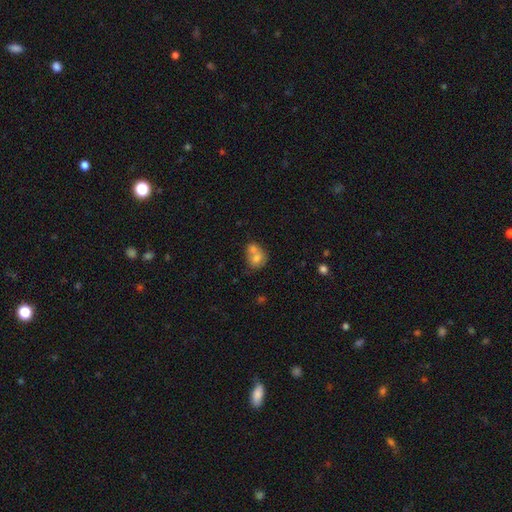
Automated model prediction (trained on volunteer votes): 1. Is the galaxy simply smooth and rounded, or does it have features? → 71% smooth, 20% featured or disk, 9% star or artifact.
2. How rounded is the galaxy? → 60% round, 39% in between, 1% cigar-shaped.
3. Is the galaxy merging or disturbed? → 65% merger, 24% none, 8% minor disturbance, 4% major disturbance.